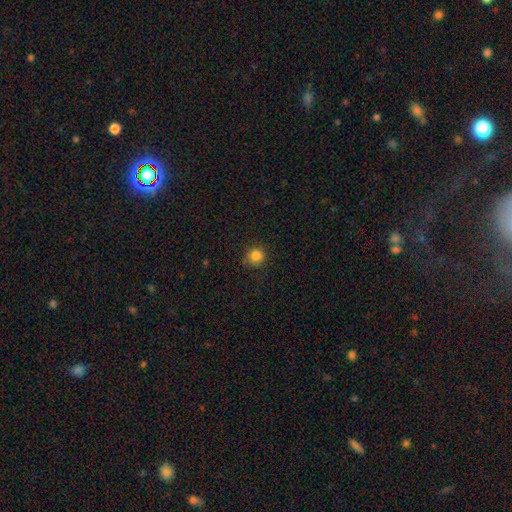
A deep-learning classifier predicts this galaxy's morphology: The model was most divided on "merging": none: 82%, minor disturbance: 14%, major disturbance: 3%, merger: 1%. More confident: how rounded — round (91%); smooth or featured — smooth (84%).